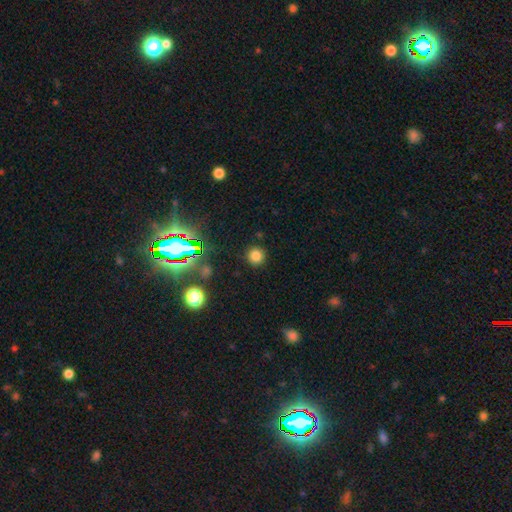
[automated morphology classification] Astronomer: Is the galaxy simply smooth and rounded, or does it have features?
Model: smooth — 77%.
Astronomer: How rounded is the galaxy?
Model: round — 94%.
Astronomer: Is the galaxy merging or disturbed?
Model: none — 90%.